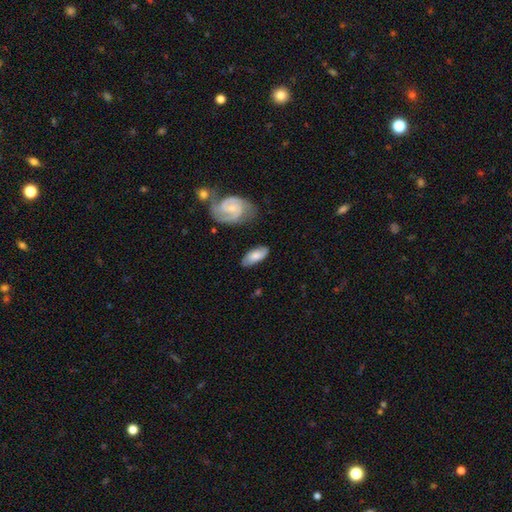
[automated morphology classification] type=smooth (59%); roundness=in between (84%); merging=none (74%).